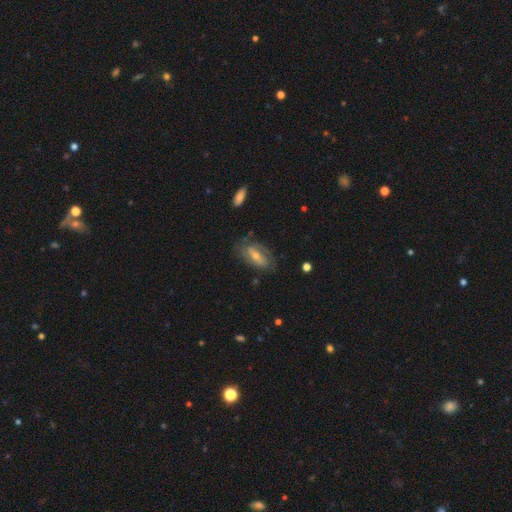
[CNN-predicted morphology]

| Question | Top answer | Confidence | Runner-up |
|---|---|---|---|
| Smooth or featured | featured or disk | 59% | smooth (35%) |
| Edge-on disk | no | 85% | yes (15%) |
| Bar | no | 36% | weak (34%) |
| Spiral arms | yes | 62% | no (38%) |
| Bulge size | moderate | 51% | small (43%) |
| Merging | none | 63% | minor disturbance (23%) |